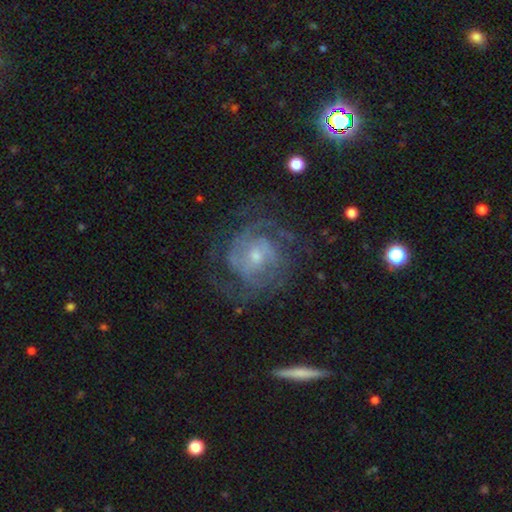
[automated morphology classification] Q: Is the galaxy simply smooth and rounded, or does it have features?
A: featured or disk — 83%.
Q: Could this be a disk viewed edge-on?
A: no — 97%.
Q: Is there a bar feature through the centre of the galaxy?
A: no — 58%.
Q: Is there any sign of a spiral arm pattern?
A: yes — 92%.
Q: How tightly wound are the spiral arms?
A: tight — 54%.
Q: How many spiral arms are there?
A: can't tell — 34%.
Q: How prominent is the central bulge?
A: small — 56%.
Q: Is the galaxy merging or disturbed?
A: none — 68%.